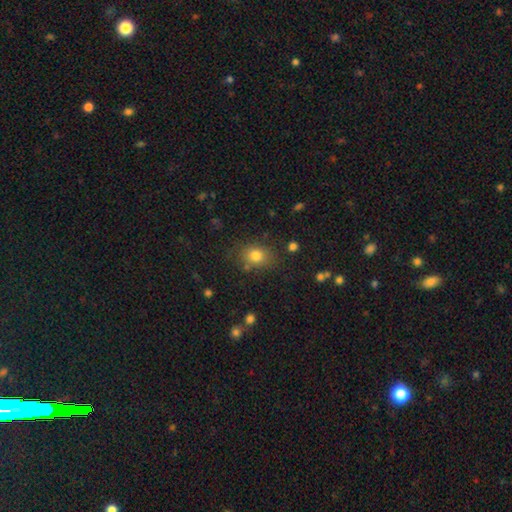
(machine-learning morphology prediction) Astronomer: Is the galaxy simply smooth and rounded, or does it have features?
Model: smooth — 80%.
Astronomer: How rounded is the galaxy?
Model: round — 52% (runner-up: in between, 46%).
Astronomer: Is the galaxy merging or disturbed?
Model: none — 76%.